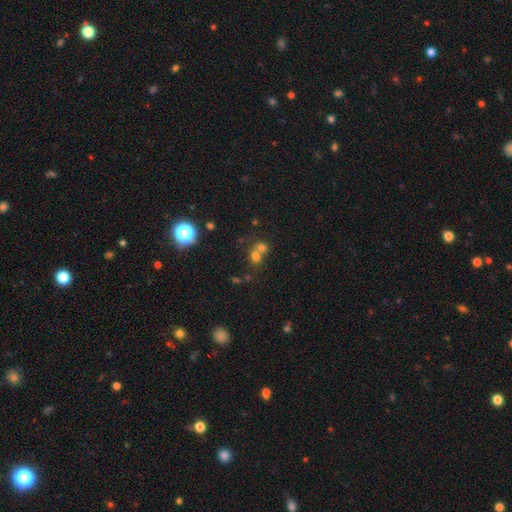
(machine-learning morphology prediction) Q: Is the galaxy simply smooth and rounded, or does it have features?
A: smooth — 64%.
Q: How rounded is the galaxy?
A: round — 63%.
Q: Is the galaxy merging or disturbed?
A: merger — 59%.